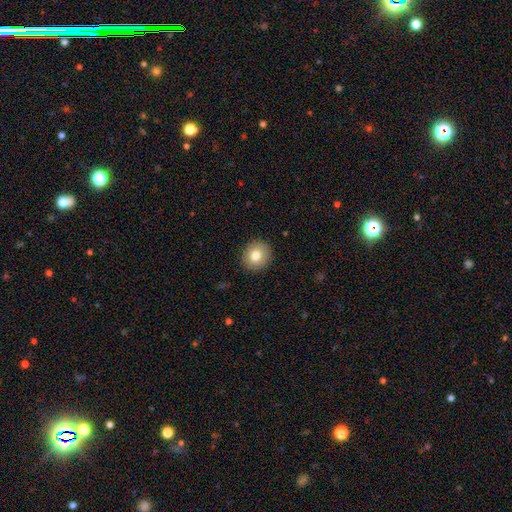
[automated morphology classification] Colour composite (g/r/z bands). It shows a smooth galaxy with no disk features (79%) that is round (83%). Merging: none (91%).